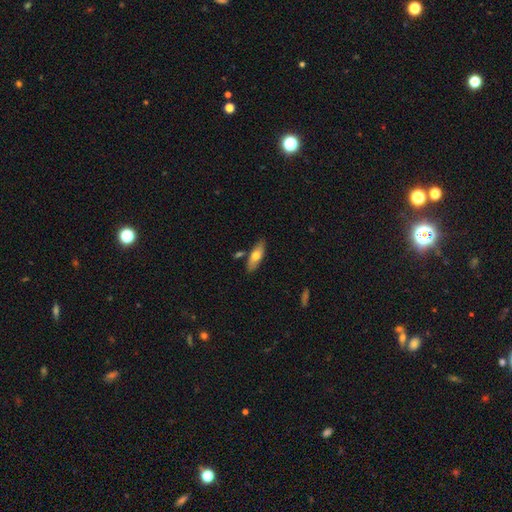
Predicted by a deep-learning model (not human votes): The model was most divided on "smooth or featured": smooth: 65%, featured or disk: 29%, star or artifact: 6%. More confident: merging — none (80%); how rounded — in between (71%).